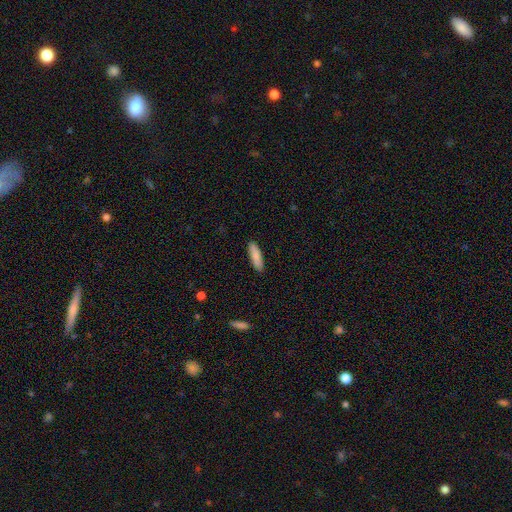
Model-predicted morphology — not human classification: smooth 84%, featured or disk 10%, star or artifact 6%. Down the decision tree: how rounded — cigar-shaped (63%); merging — none (90%).